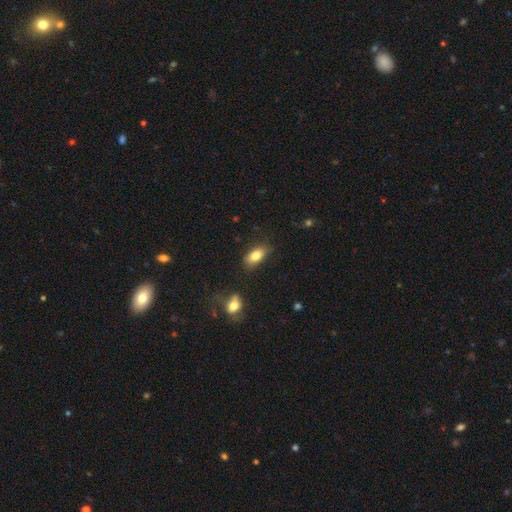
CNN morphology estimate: type=smooth (81%); roundness=in between (89%); merging=none (79%).